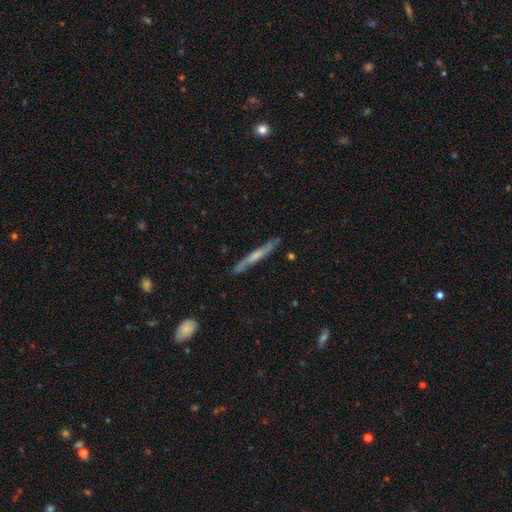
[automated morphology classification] Q: Smooth or featured?
A: featured or disk (58%); runner-up: smooth (36%)
Q: Edge-on disk?
A: yes (90%); runner-up: no (10%)
Q: Edge-on bulge?
A: none (51%); runner-up: rounded (34%)
Q: Merging?
A: none (83%); runner-up: minor disturbance (13%)